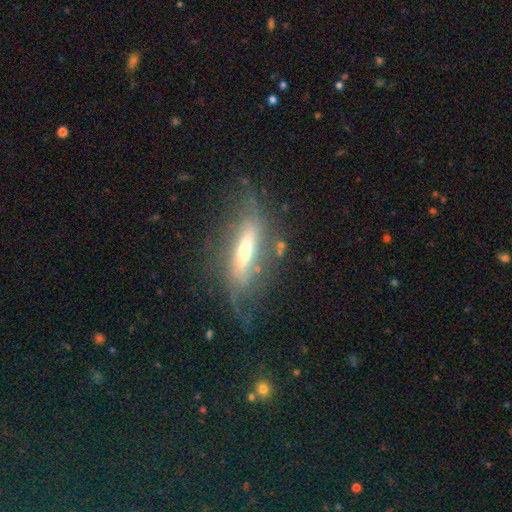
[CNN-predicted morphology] A featured or disk galaxy (65%) viewed edge-on (54%). Merging: none (67%).